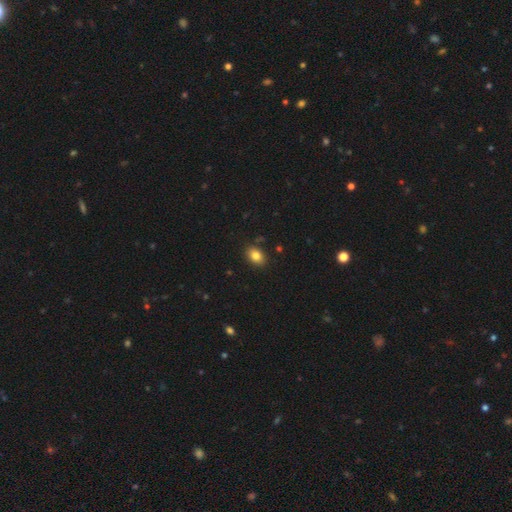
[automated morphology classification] Smooth or featured? smooth (83%)
How rounded? in between (79%)
Merging? none (87%)